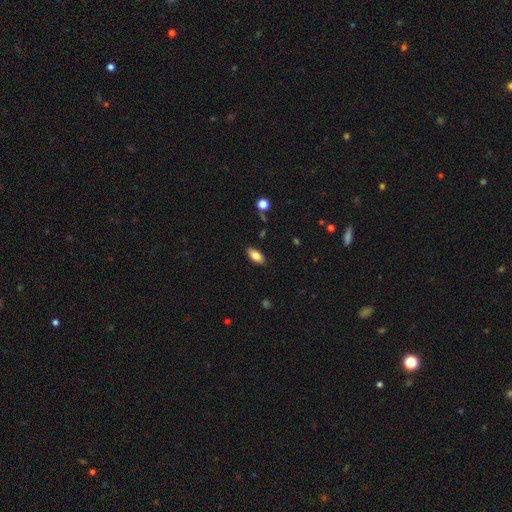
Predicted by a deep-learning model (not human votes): smooth-or-featured: smooth: 80% | featured or disk: 12% | star or artifact: 7%
  how-rounded: in between: 90% | cigar-shaped: 7% | round: 3%
  merging: none: 88% | minor disturbance: 9% | major disturbance: 2% | merger: 1%